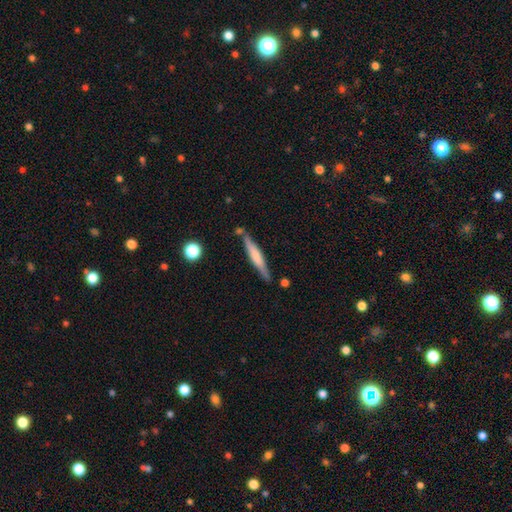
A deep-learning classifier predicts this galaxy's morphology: Smooth or featured?
  - smooth: 50% *
  - featured or disk: 45%
  - star or artifact: 6%
Merging?
  - none: 78% *
  - minor disturbance: 14%
  - merger: 6%
  - major disturbance: 3%